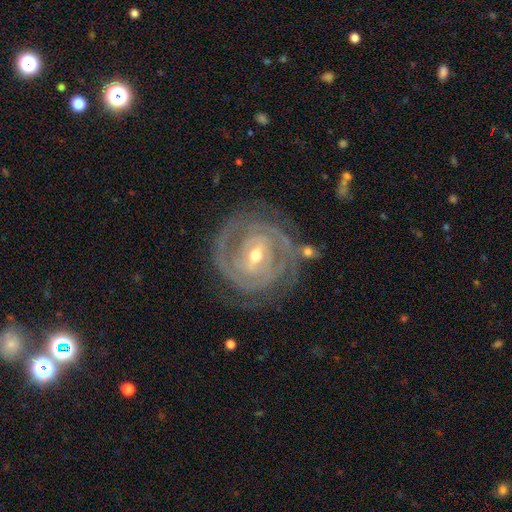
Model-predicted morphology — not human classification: Q: Smooth or featured?
A: featured or disk (90%); runner-up: smooth (5%)
Q: Edge-on disk?
A: no (97%); runner-up: yes (3%)
Q: Bar?
A: weak (47%); runner-up: strong (37%)
Q: Spiral arms?
A: yes (96%); runner-up: no (4%)
Q: Spiral winding?
A: tight (79%); runner-up: medium (18%)
Q: Spiral arm count?
A: 2 (41%); runner-up: can't tell (22%)
Q: Bulge size?
A: moderate (56%); runner-up: small (41%)
Q: Merging?
A: none (75%); runner-up: minor disturbance (15%)